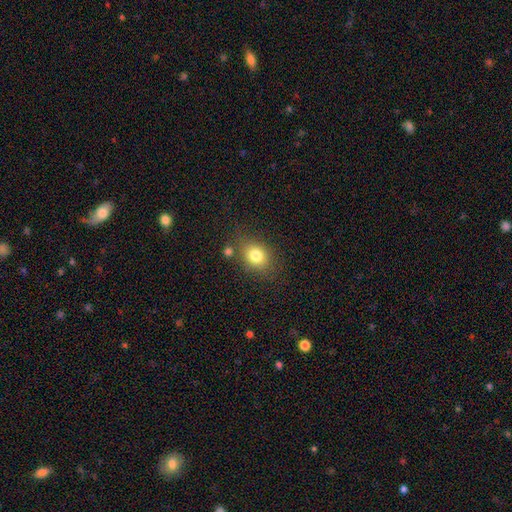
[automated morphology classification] Overall: smooth (80%). How rounded: round (50%; in between 48%). Merging: none (71%).